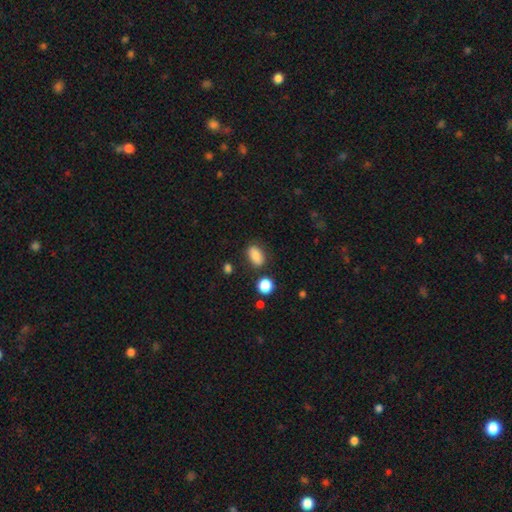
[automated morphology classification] Smooth or featured?
  - smooth: 85% *
  - star or artifact: 9%
  - featured or disk: 6%
How rounded?
  - in between: 86% *
  - round: 11%
  - cigar-shaped: 4%
Merging?
  - none: 78% *
  - minor disturbance: 14%
  - merger: 4%
  - major disturbance: 4%